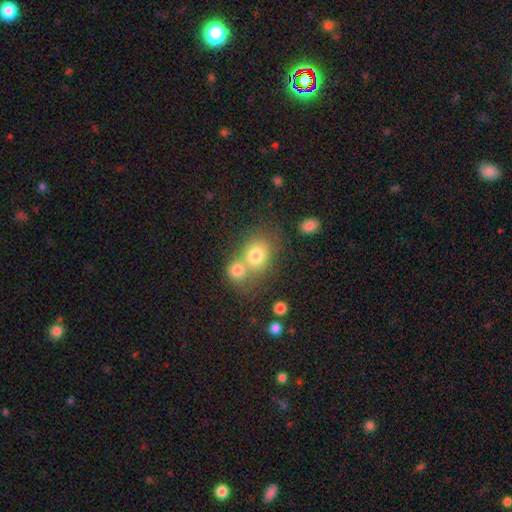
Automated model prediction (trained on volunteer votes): Smooth or featured: smooth — 76% (featured or disk — 12%)
How rounded: round — 63% (in between — 36%)
Merging: merger — 50% (none — 37%)